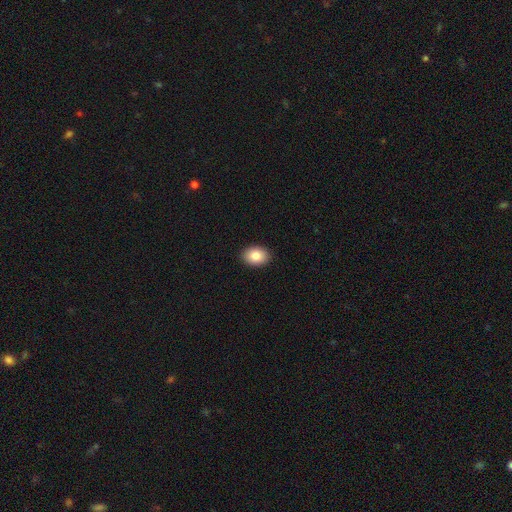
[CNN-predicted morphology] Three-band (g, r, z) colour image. It shows a smooth galaxy with no disk features (85%) that is in between round and cigar-shaped (76%). Merging: none (91%).